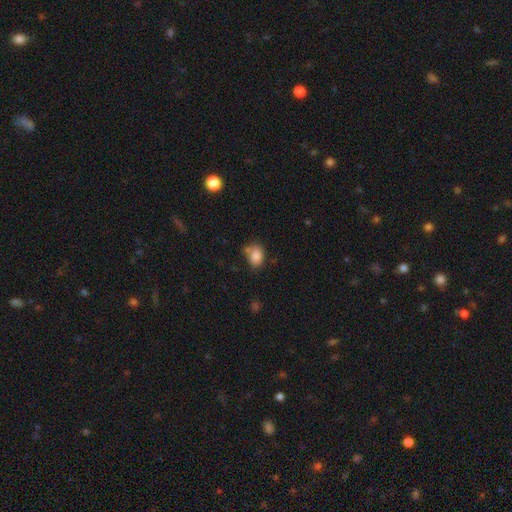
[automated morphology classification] This is clearly a smooth galaxy (85%). How rounded: likely in between (72%). Merging: possibly none (57%).